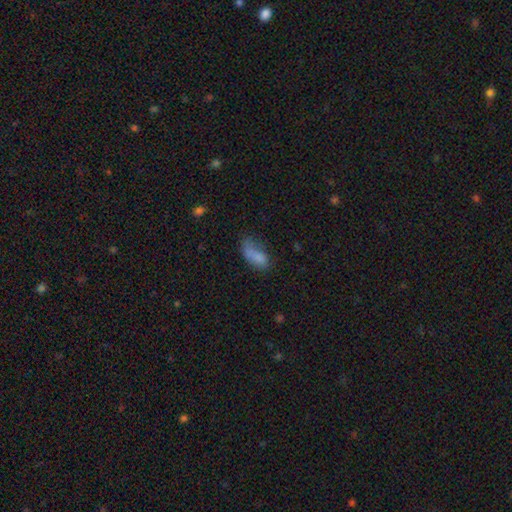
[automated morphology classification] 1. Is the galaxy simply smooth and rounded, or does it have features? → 76% smooth, 14% featured or disk, 11% star or artifact.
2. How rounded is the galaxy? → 87% in between, 9% cigar-shaped, 4% round.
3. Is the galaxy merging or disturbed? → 31% none, 28% minor disturbance, 27% major disturbance, 13% merger.